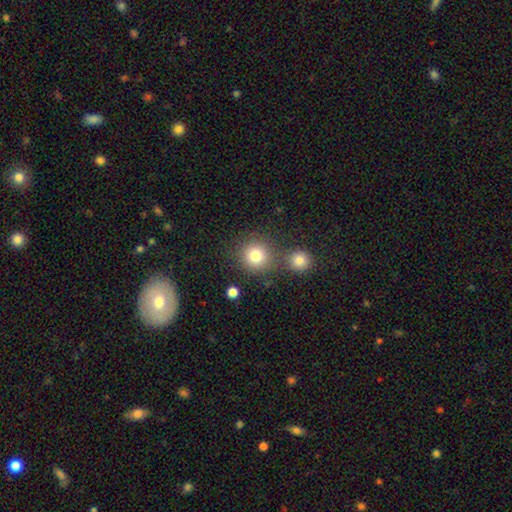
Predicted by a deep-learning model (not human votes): Overall: smooth (80%). How rounded: round (92%). Merging: none (71%).